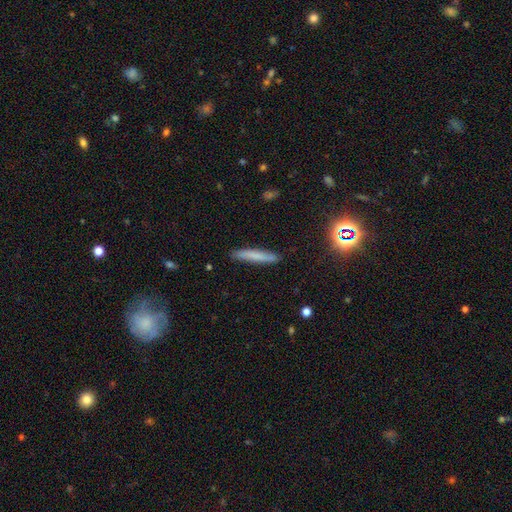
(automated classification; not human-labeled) A smooth galaxy with no disk features (71%) that is cigar-shaped (93%). Merging: none (87%).